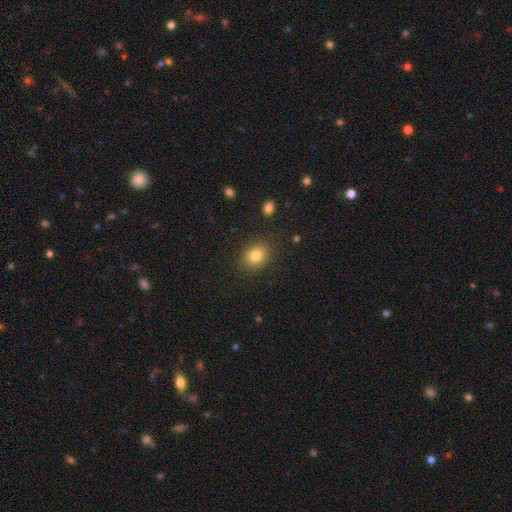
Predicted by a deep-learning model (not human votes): Overall: smooth (82%). How rounded: round (50%; in between 49%). Merging: none (86%).